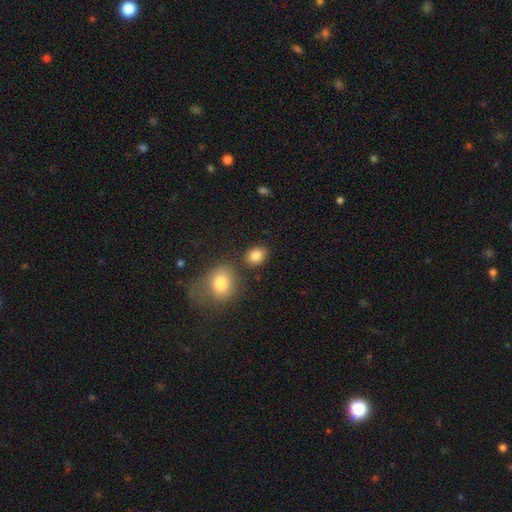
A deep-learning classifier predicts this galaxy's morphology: Smooth or featured? smooth (84%)
How rounded? in between (52%)
Merging? none (78%)